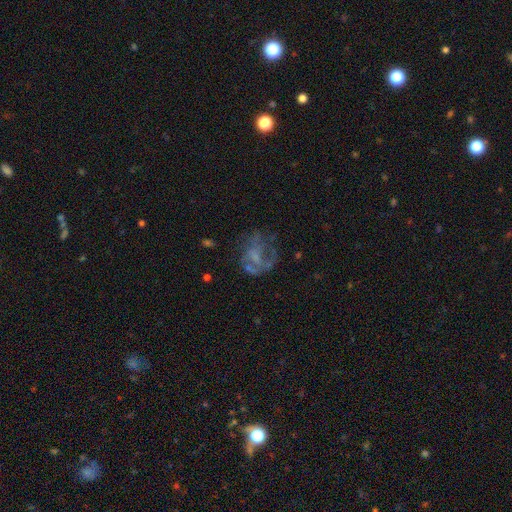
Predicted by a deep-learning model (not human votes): Smooth or featured? featured or disk (59%)
Edge-on disk? no (98%)
Bar? no (73%)
Spiral arms? no (59%)
Bulge size? none (49%)
Merging? none (42%)